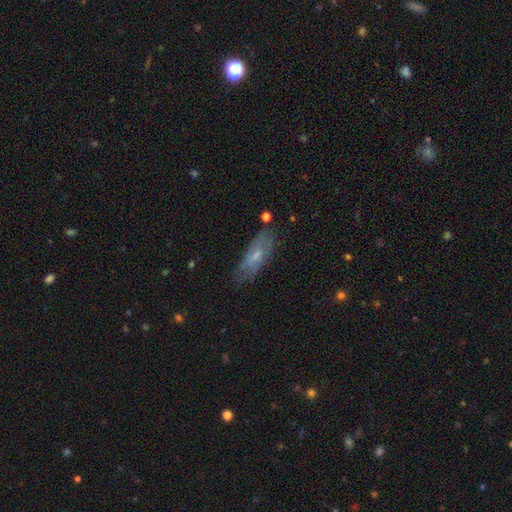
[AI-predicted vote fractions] A smooth galaxy with no disk features (55%) that is in between round and cigar-shaped (59%). Merging: none (73%).